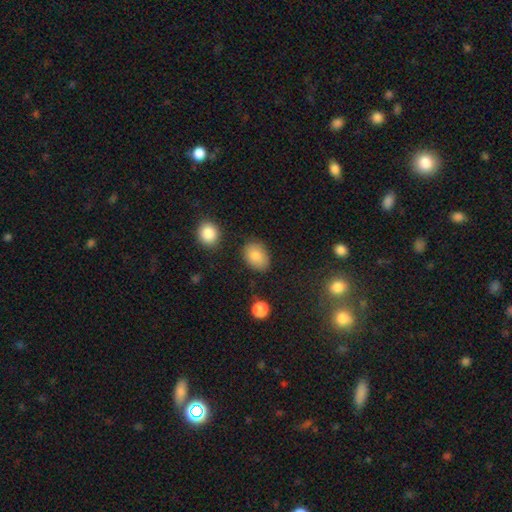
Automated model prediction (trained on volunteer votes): Smooth or featured?
  - smooth: 84% *
  - star or artifact: 8%
  - featured or disk: 7%
How rounded?
  - in between: 75% *
  - round: 24%
  - cigar-shaped: 1%
Merging?
  - none: 79% *
  - minor disturbance: 14%
  - major disturbance: 3%
  - merger: 3%